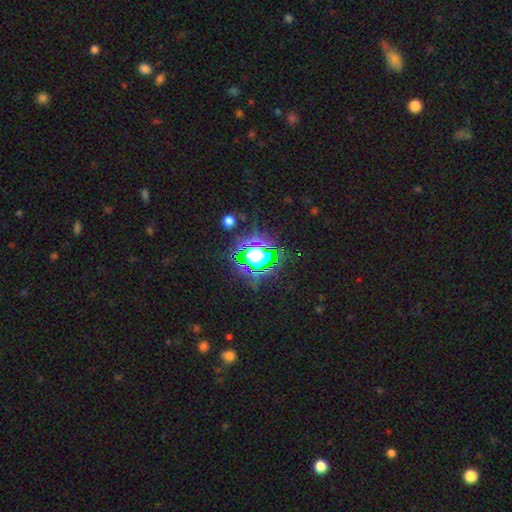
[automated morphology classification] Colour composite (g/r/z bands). It shows a star or artifact, not a galaxy (63%).